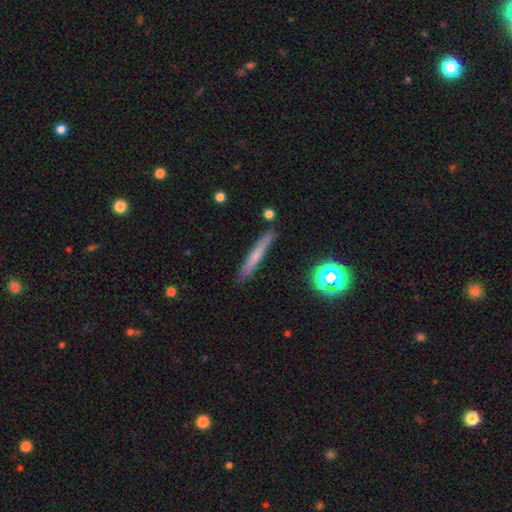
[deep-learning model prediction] Smooth or featured? smooth (57%)
How rounded? cigar-shaped (95%)
Merging? none (88%)